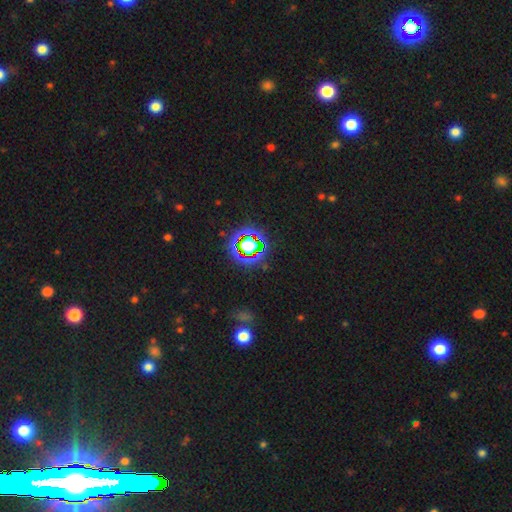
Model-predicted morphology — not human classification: Smooth or featured: star or artifact — 77% (smooth — 14%)